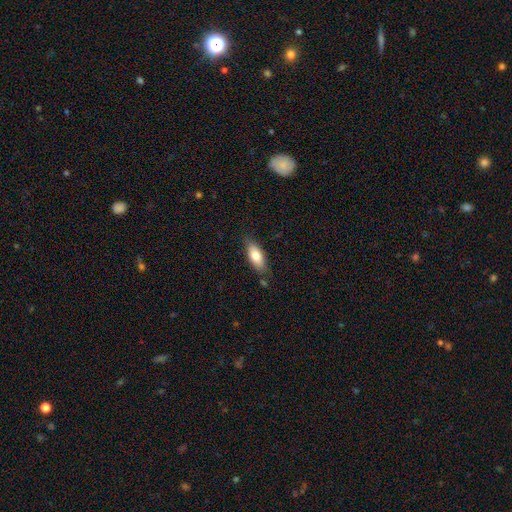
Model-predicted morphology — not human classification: Smooth or featured?
  - smooth: 75% *
  - featured or disk: 19%
  - star or artifact: 7%
How rounded?
  - in between: 78% *
  - cigar-shaped: 20%
  - round: 3%
Merging?
  - none: 78% *
  - minor disturbance: 16%
  - major disturbance: 3%
  - merger: 3%